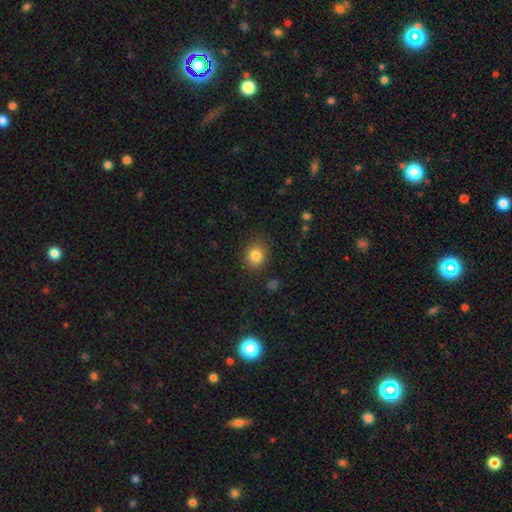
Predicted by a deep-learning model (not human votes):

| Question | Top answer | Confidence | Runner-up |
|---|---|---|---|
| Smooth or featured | smooth | 84% | star or artifact (10%) |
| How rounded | round | 64% | in between (35%) |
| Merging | none | 85% | minor disturbance (10%) |